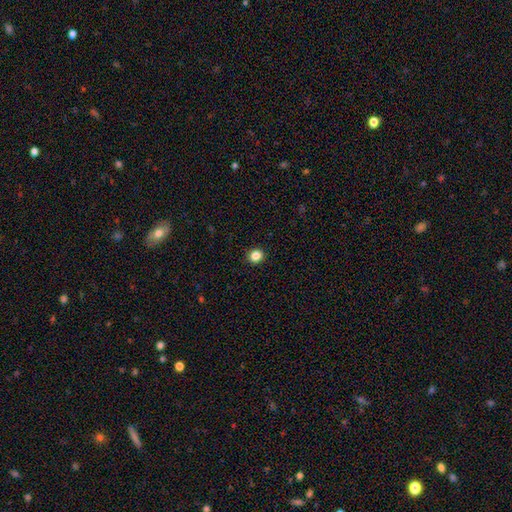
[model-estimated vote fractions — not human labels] smooth_or_featured: smooth (p=0.84) [alt: star or artifact p=0.11]
how_rounded: round (p=0.83) [alt: in between p=0.16]
merging: none (p=0.93) [alt: minor disturbance p=0.05]